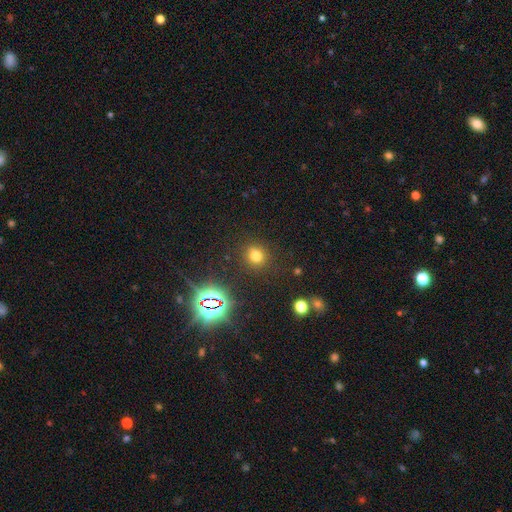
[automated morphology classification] This appears to be a smooth galaxy with no disk features (70%) that is round (82%). Merging: none (86%).